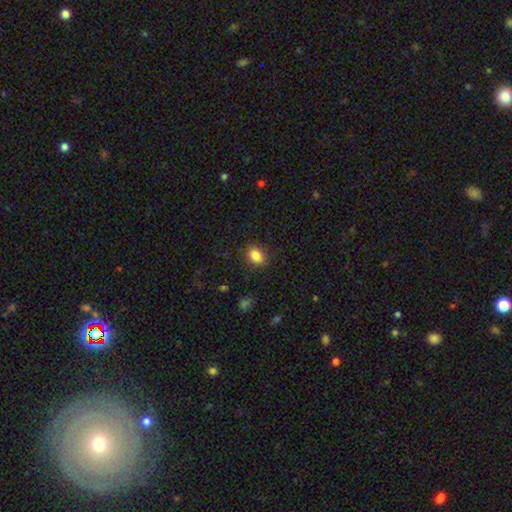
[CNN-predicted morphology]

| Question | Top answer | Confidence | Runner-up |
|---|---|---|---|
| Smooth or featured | smooth | 85% | star or artifact (9%) |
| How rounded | in between | 65% | round (34%) |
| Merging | none | 86% | minor disturbance (10%) |